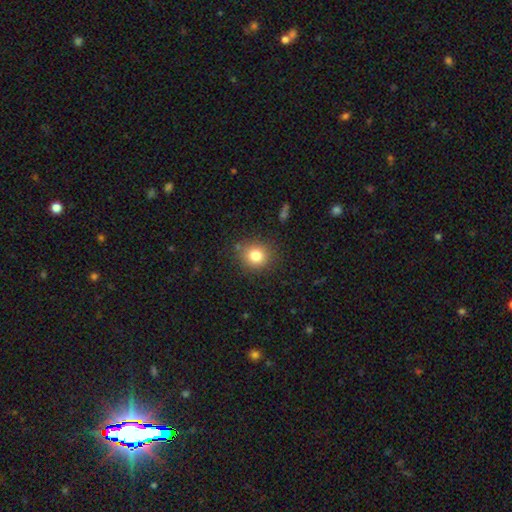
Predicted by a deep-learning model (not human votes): Smooth or featured? Predicted: smooth (p=0.81). How rounded? Predicted: round (p=0.85). Merging? Predicted: none (p=0.85).